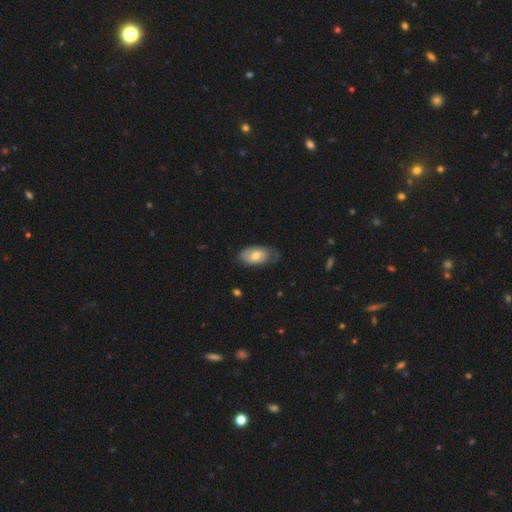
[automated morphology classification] smooth_or_featured: smooth (p=0.58) [alt: featured or disk p=0.36]
how_rounded: in between (p=0.92) [alt: round p=0.05]
merging: none (p=0.56) [alt: minor disturbance p=0.32]